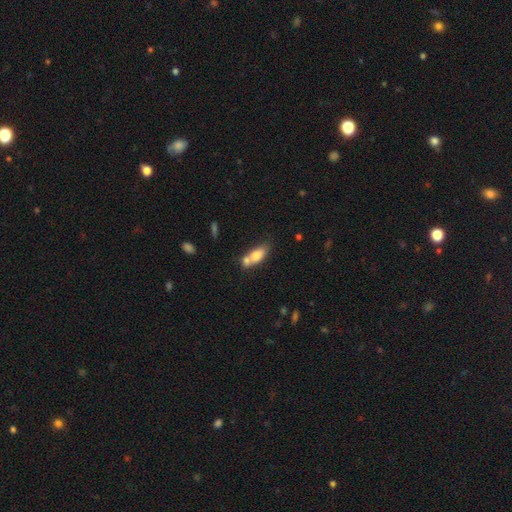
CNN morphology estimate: This appears to be a smooth galaxy with no disk features (71%) that is in between round and cigar-shaped (76%). Merging: merger (48%).